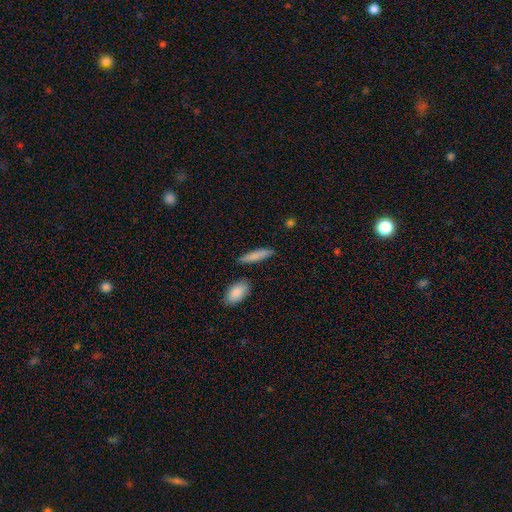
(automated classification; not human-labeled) This appears to be a smooth galaxy with no disk features (82%) that is cigar-shaped (72%). Merging: none (83%).